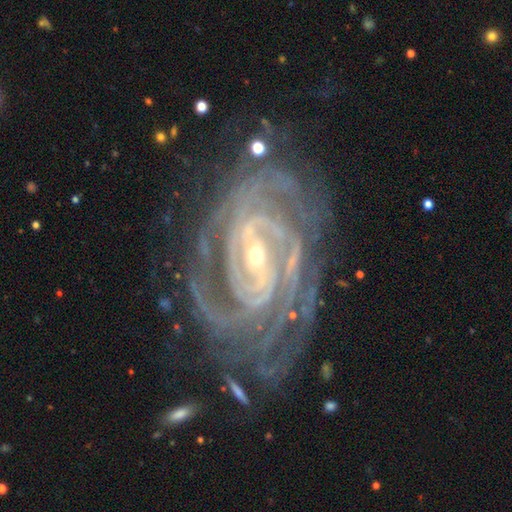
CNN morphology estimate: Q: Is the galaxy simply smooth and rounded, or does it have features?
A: featured or disk — 92%.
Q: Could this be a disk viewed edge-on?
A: no — 97%.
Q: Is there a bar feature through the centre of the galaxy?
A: strong — 45%.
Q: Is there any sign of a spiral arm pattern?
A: yes — 99%.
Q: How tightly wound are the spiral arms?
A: tight — 76%.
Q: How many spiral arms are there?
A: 2 — 23%.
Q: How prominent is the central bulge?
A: small — 69%.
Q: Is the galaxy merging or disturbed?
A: none — 73%.